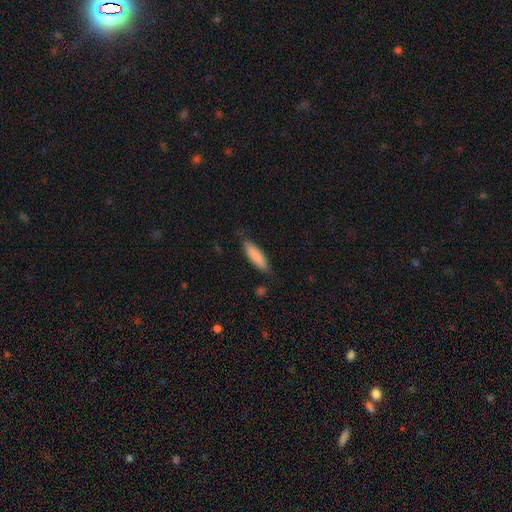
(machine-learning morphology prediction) Smooth or featured: smooth — 86% (featured or disk — 8%)
How rounded: cigar-shaped — 52% (in between — 46%)
Merging: none — 78% (minor disturbance — 17%)